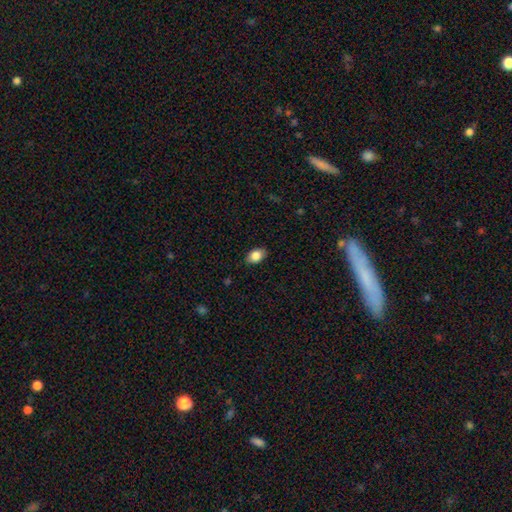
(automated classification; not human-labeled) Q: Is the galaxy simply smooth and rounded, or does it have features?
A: smooth — 86%.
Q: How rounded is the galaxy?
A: in between — 85%.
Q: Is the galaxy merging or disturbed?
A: none — 86%.